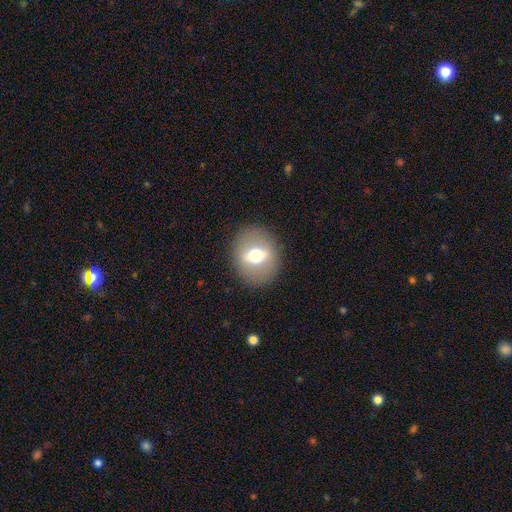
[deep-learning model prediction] Smooth or featured? smooth (53%)
How rounded? round (64%)
Merging? none (87%)